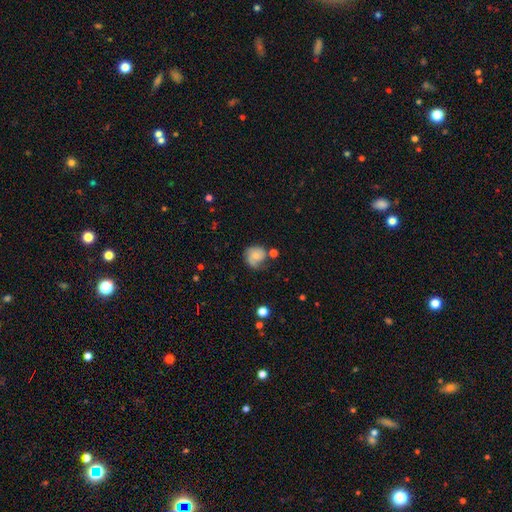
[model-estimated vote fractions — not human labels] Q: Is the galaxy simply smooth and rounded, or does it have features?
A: smooth — 47%.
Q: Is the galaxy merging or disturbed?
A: none — 53%.